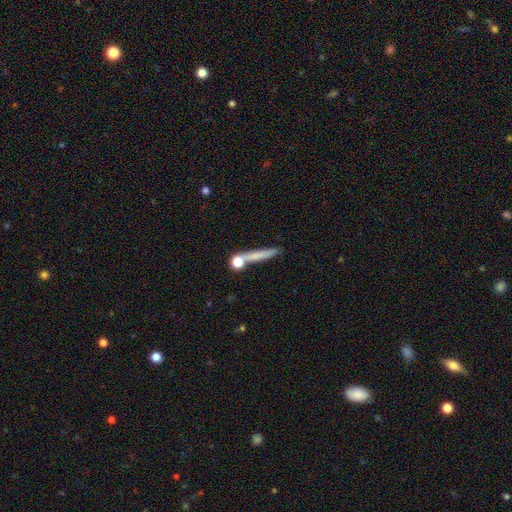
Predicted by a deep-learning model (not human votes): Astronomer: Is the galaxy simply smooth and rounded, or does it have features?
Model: smooth — 62%.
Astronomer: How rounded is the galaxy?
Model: cigar-shaped — 83%.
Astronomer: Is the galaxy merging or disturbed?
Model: none — 71%.